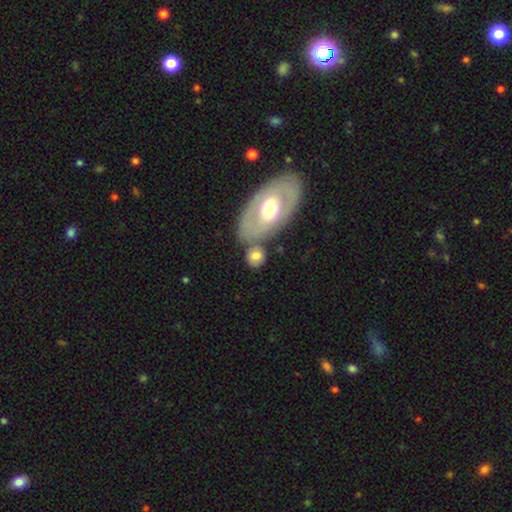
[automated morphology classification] smooth 73%, featured or disk 19%, star or artifact 7%. Down the decision tree: how rounded — round (63%); merging — none (61%).